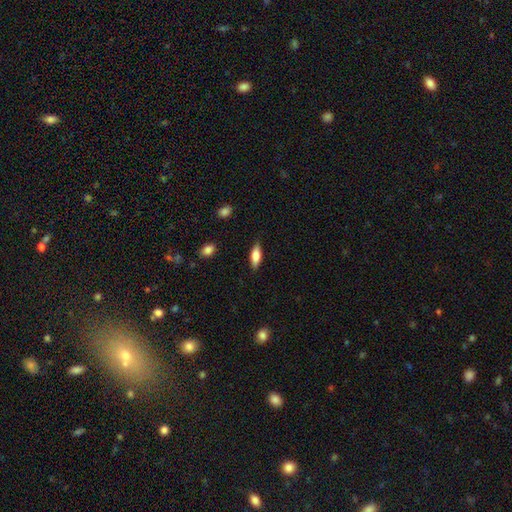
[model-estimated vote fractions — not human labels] Smooth or featured? Predicted: smooth (p=0.72). How rounded? Predicted: in between (p=0.65). Merging? Predicted: none (p=0.84).